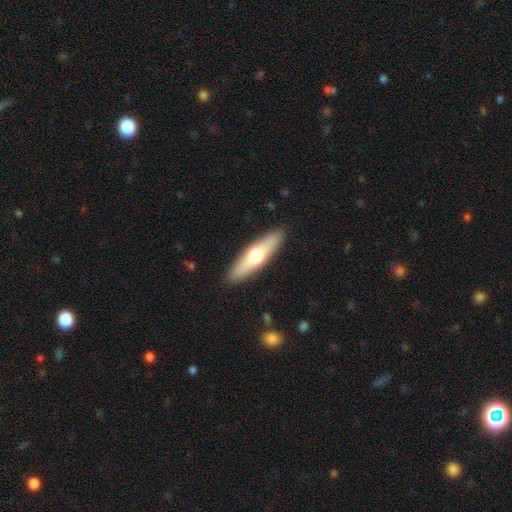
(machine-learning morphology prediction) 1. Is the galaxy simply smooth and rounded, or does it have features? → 57% smooth, 38% featured or disk, 5% star or artifact.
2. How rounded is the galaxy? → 71% cigar-shaped, 27% in between, 2% round.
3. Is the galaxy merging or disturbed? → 90% none, 7% minor disturbance, 2% major disturbance, 1% merger.